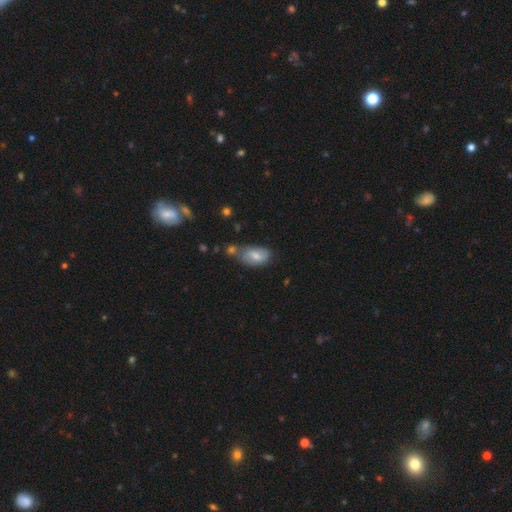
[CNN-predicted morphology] smooth-or-featured: smooth: 58% | featured or disk: 33% | star or artifact: 8%
  how-rounded: in between: 90% | round: 8% | cigar-shaped: 2%
  merging: none: 51% | minor disturbance: 23% | merger: 20% | major disturbance: 6%